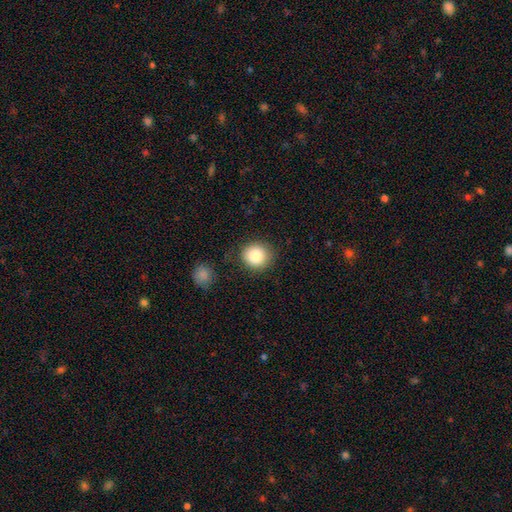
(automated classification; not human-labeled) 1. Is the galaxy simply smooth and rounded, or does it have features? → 85% smooth, 9% star or artifact, 6% featured or disk.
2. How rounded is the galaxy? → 88% round, 11% in between, 1% cigar-shaped.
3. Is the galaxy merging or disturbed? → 84% none, 10% minor disturbance, 3% major disturbance, 3% merger.